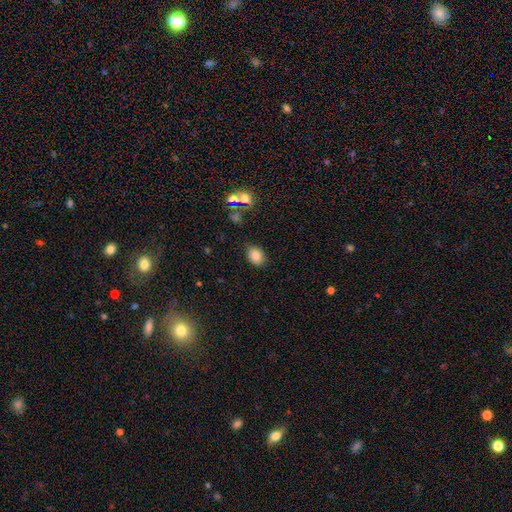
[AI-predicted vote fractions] smooth 82%, star or artifact 11%, featured or disk 7%. Down the decision tree: how rounded — in between (64%); merging — none (82%).